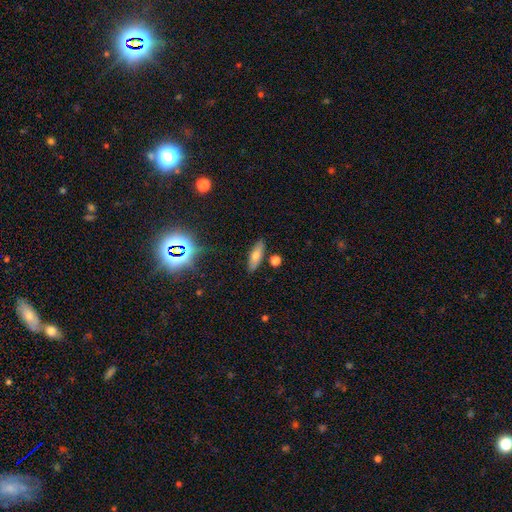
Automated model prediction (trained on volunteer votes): This appears to be a smooth galaxy with no disk features (67%) that is in between round and cigar-shaped (54%). Merging: none (85%).